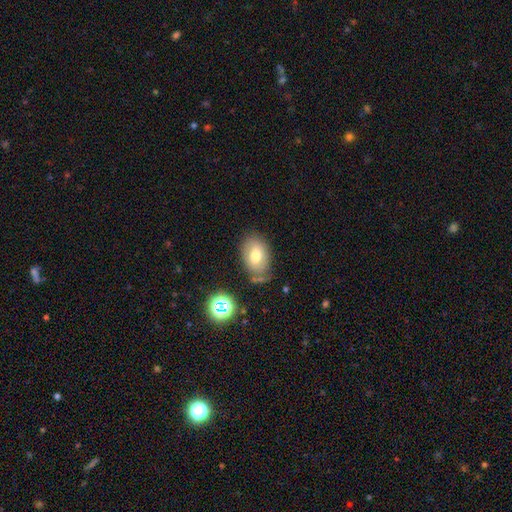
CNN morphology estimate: Smooth or featured: smooth — 71% (featured or disk — 18%)
How rounded: in between — 83% (round — 16%)
Merging: none — 67% (minor disturbance — 20%)